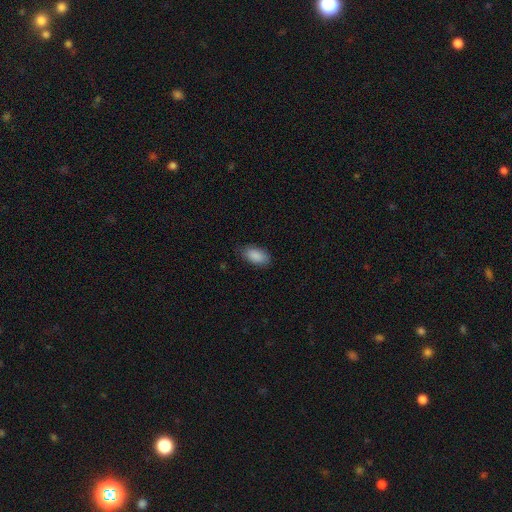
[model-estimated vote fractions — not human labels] Q: Smooth or featured?
A: smooth (90%); runner-up: star or artifact (6%)
Q: How rounded?
A: in between (94%); runner-up: cigar-shaped (3%)
Q: Merging?
A: none (82%); runner-up: minor disturbance (14%)